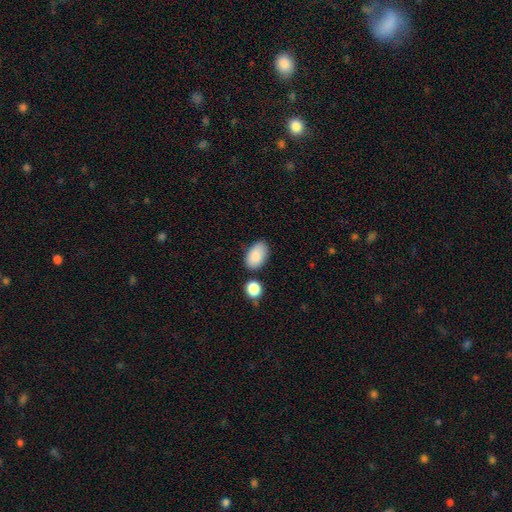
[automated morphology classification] Smooth or featured? smooth (87%)
How rounded? in between (92%)
Merging? none (75%)